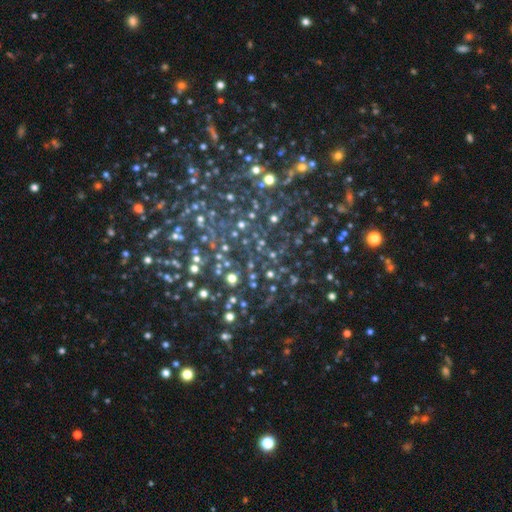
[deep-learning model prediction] Q: Smooth or featured?
A: star or artifact (79%); runner-up: smooth (11%)